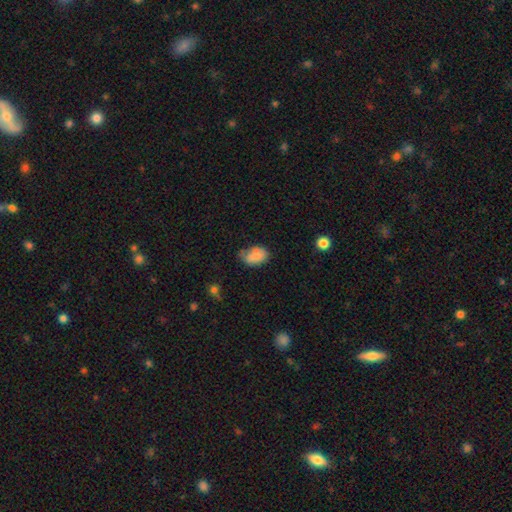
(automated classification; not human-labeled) The model was most divided on "merging": none: 53%, minor disturbance: 34%, major disturbance: 9%, merger: 4%. More confident: how rounded — in between (86%); smooth or featured — smooth (80%).